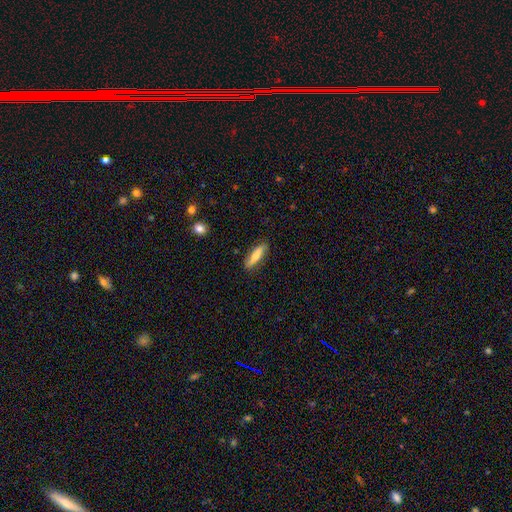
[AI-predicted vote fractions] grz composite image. It shows a smooth galaxy with no disk features (62%) that is cigar-shaped (65%). Merging: none (85%).